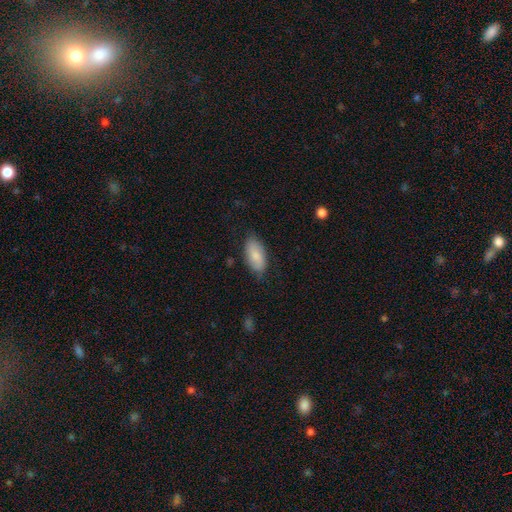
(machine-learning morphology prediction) smooth-or-featured: smooth: 77% | featured or disk: 17% | star or artifact: 6%
  how-rounded: in between: 92% | cigar-shaped: 5% | round: 2%
  merging: none: 75% | minor disturbance: 20% | major disturbance: 4% | merger: 1%